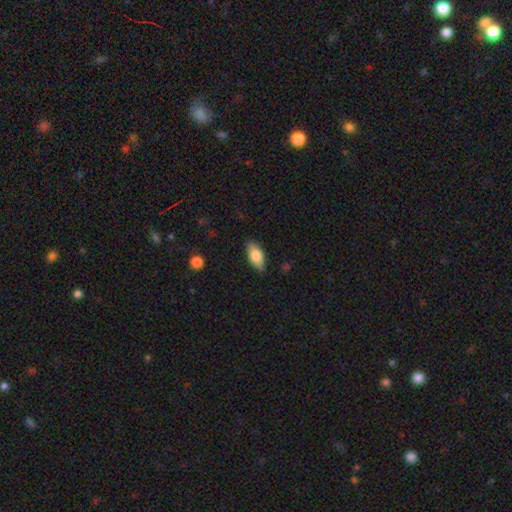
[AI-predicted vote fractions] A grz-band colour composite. It shows a smooth galaxy with no disk features (80%) that is in between round and cigar-shaped (88%). Merging: none (85%).